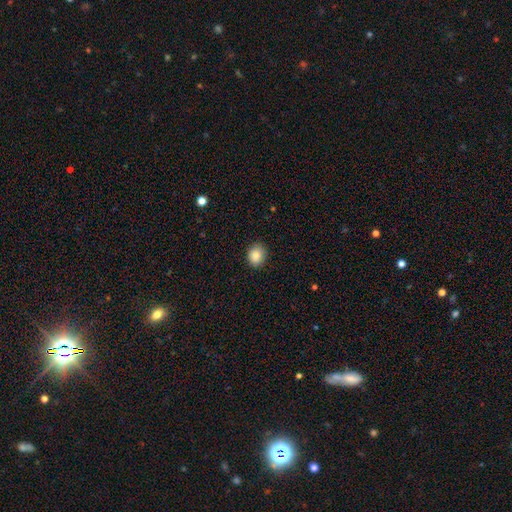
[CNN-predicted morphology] This appears to be a smooth galaxy with no disk features (86%) that is round (62%). Merging: none (87%).